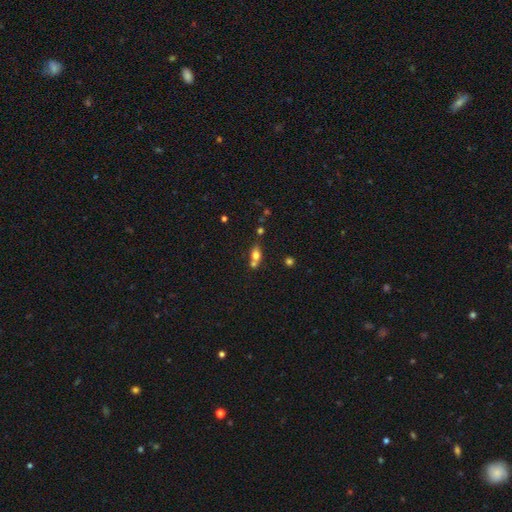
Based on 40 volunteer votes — Q: Smooth or featured?
A: smooth (72%); runner-up: featured or disk (18%)
Q: How rounded?
A: in between (55%); runner-up: round (41%)
Q: Merging?
A: merger (67%); runner-up: none (31%)